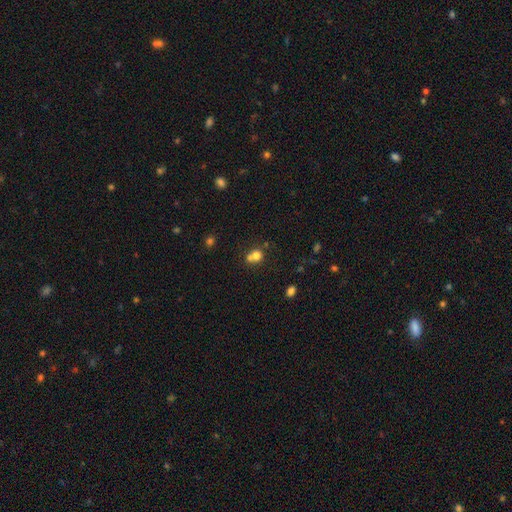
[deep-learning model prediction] Smooth or featured? Predicted: smooth (p=0.74). How rounded? Predicted: round (p=0.75). Merging? Predicted: merger (p=0.52).